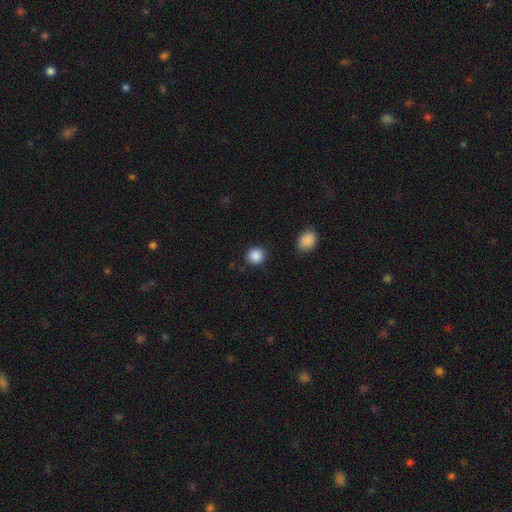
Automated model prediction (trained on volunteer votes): Smooth or featured? smooth (88%)
How rounded? round (90%)
Merging? none (88%)